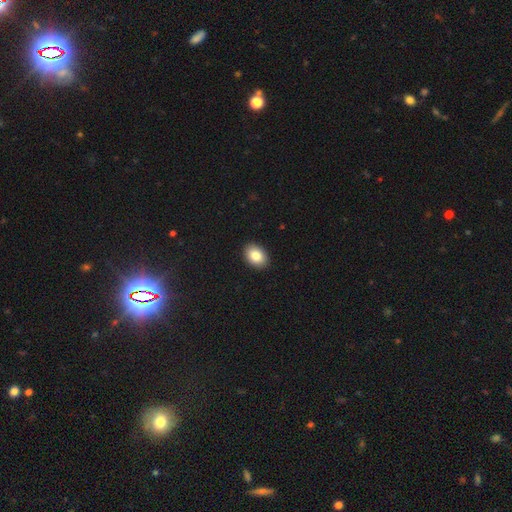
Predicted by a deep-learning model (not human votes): smooth 85%, star or artifact 8%, featured or disk 8%. Down the decision tree: how rounded — in between (79%); merging — none (91%).